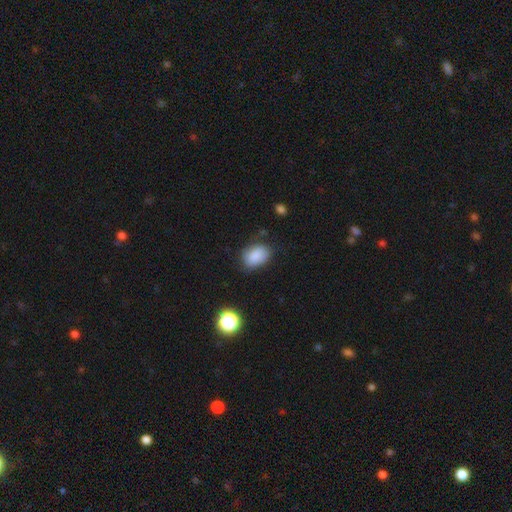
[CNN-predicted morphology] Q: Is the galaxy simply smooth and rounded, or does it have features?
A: smooth — 85%.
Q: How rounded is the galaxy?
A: in between — 77%.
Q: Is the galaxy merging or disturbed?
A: none — 70%.